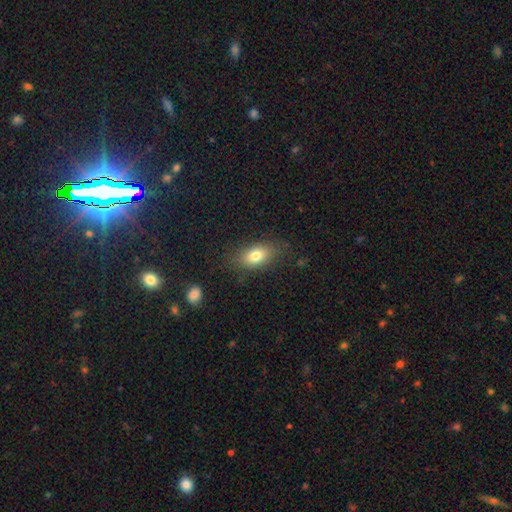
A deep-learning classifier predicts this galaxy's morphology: Smooth or featured? smooth (78%)
How rounded? in between (85%)
Merging? none (80%)